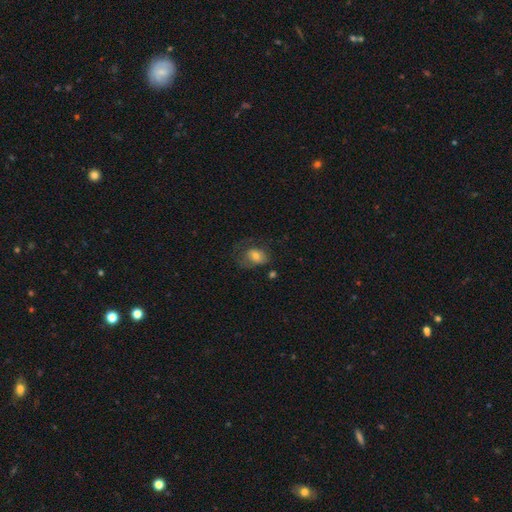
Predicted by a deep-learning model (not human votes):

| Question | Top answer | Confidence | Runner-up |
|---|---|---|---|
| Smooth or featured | smooth | 65% | featured or disk (25%) |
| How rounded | in between | 71% | round (27%) |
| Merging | none | 38% | major disturbance (33%) |